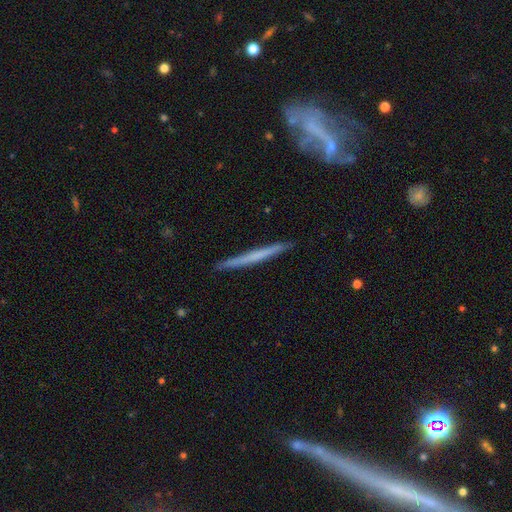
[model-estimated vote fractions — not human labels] Smooth or featured? featured or disk (51%)
Edge-on disk? yes (96%)
Merging? none (90%)